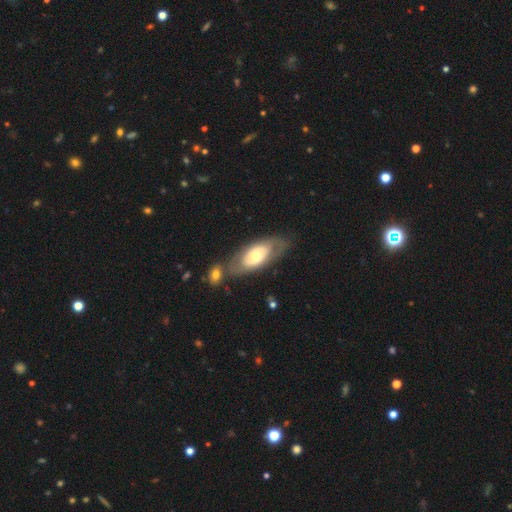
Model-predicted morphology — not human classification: type=featured or disk (55%); edge-on=no (87%); merging=none (63%).